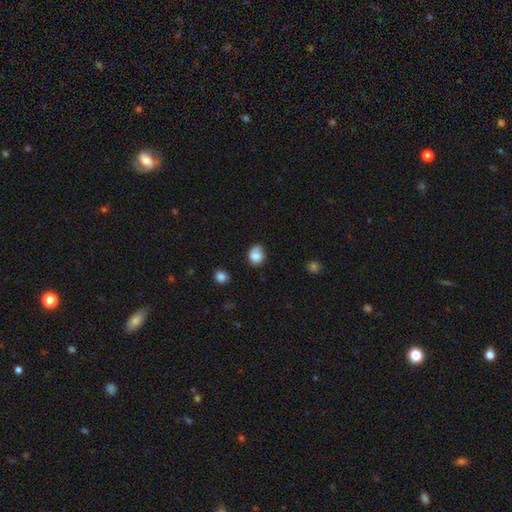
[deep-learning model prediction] A smooth galaxy with no disk features (79%) that is round (54%).

Vote fractions:
- Smooth or featured? smooth: 79% / featured or disk: 12% / star or artifact: 9%
- How rounded? round: 54% / in between: 45% / cigar-shaped: 1%
- Merging? none: 57% / minor disturbance: 30% / major disturbance: 8% / merger: 5%